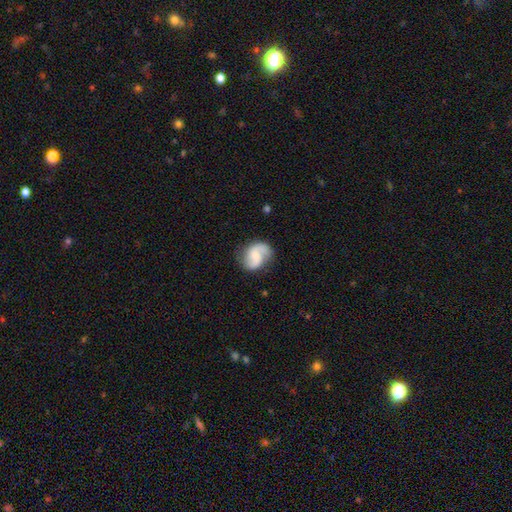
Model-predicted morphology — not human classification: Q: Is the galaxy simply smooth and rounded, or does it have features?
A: featured or disk — 74%.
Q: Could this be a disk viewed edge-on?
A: no — 98%.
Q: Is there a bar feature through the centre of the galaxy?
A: weak — 44%.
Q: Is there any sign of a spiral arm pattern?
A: yes — 95%.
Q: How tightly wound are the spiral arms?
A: loose — 43%, tied with medium.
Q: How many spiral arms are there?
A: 2 — 89%.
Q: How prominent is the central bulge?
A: small — 47%.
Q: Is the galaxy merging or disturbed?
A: none — 75%.